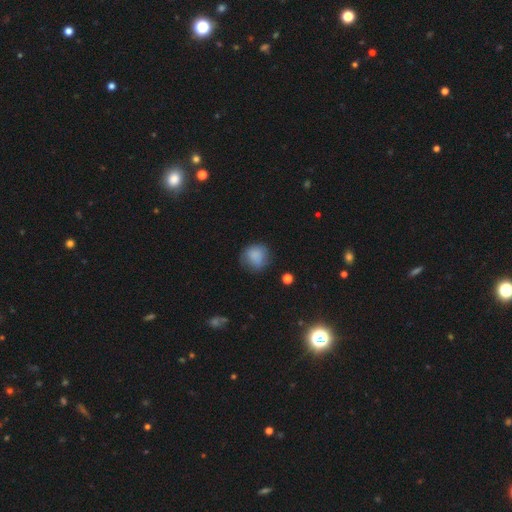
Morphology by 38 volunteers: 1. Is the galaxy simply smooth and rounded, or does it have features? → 82% smooth, 11% featured or disk, 8% star or artifact.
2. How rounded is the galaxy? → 84% round, 13% in between, 3% cigar-shaped.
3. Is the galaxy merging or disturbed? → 57% none, 26% minor disturbance, 14% major disturbance, 3% merger.